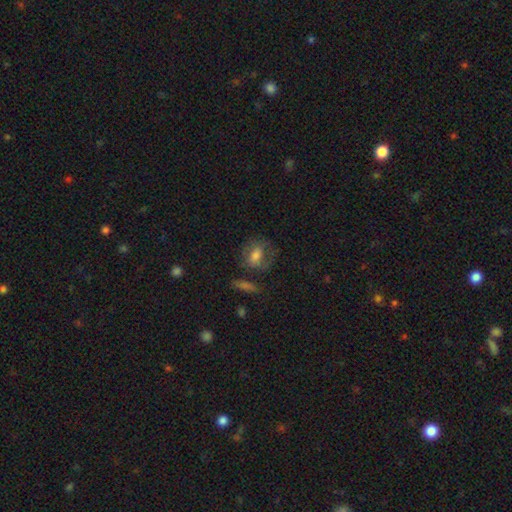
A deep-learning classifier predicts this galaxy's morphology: Smooth or featured?
  - smooth: 63% *
  - featured or disk: 27%
  - star or artifact: 10%
How rounded?
  - in between: 63% *
  - round: 34%
  - cigar-shaped: 4%
Merging?
  - none: 56% *
  - minor disturbance: 21%
  - major disturbance: 16%
  - merger: 6%